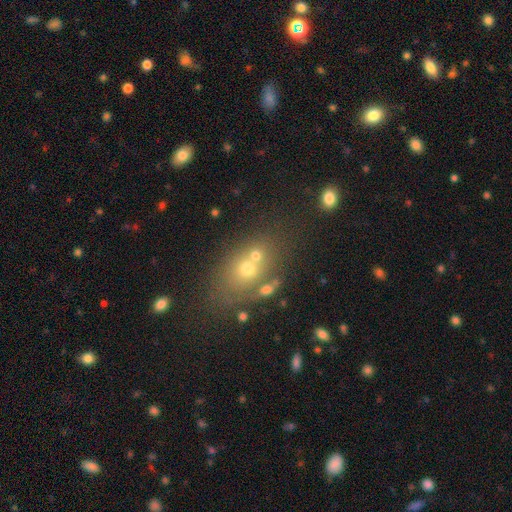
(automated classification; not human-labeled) Q: Smooth or featured?
A: smooth (60%); runner-up: featured or disk (23%)
Q: How rounded?
A: in between (53%); runner-up: round (44%)
Q: Merging?
A: none (43%); runner-up: merger (40%)